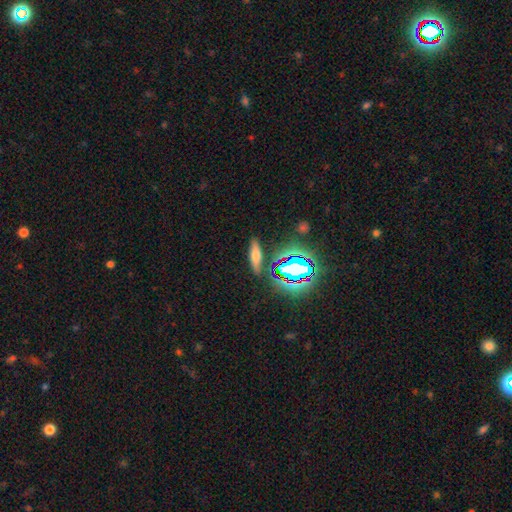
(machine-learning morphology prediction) This appears to be a smooth galaxy with no disk features (50%). Merging: none (83%).